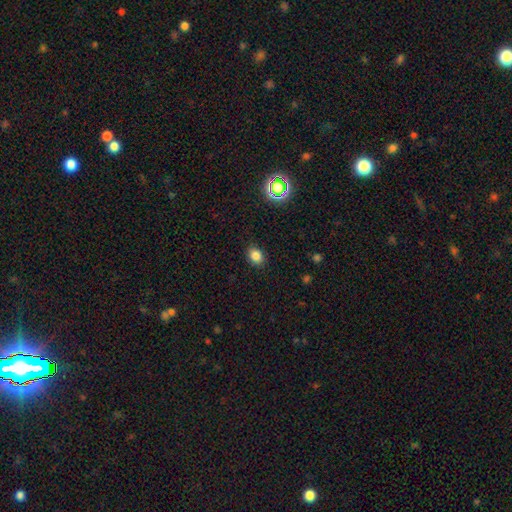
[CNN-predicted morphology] smooth_or_featured: smooth (p=0.82) [alt: star or artifact p=0.14]
how_rounded: in between (p=0.54) [alt: round p=0.45]
merging: none (p=0.87) [alt: minor disturbance p=0.09]